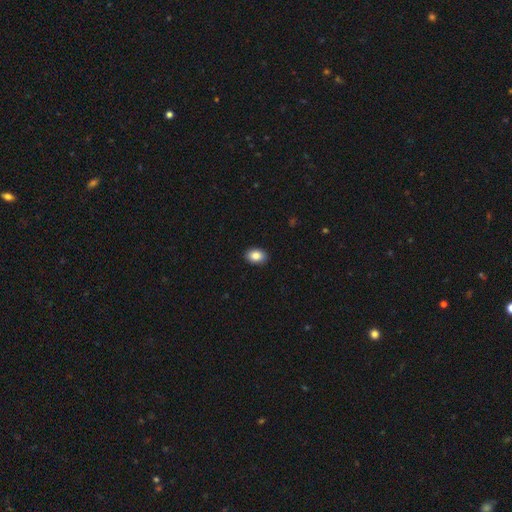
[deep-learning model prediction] smooth-or-featured: smooth: 86% | star or artifact: 8% | featured or disk: 7%
  how-rounded: in between: 76% | round: 23% | cigar-shaped: 1%
  merging: none: 90% | minor disturbance: 7% | major disturbance: 2% | merger: 1%